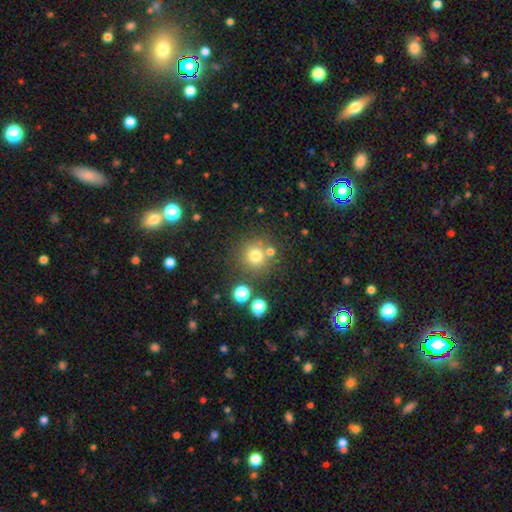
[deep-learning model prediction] smooth 73%, star or artifact 17%, featured or disk 10%. Down the decision tree: how rounded — round (93%); merging — none (75%).